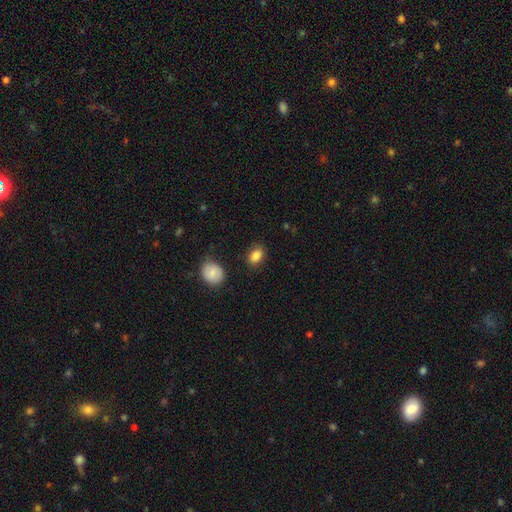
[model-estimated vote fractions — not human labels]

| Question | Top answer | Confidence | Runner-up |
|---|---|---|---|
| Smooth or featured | smooth | 86% | star or artifact (8%) |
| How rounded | in between | 76% | round (23%) |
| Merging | none | 83% | minor disturbance (12%) |